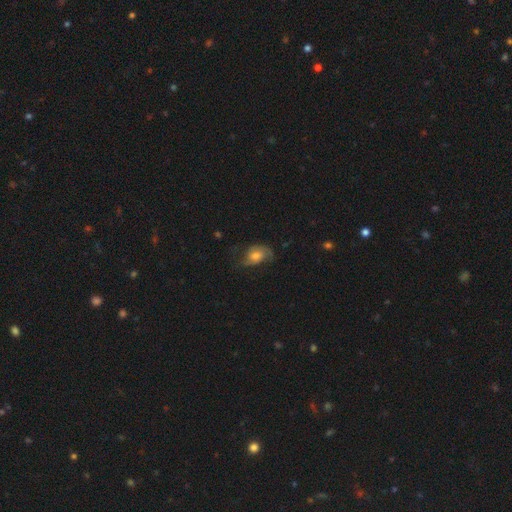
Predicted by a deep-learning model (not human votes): This appears to be a featured or disk galaxy (48%). Merging: none (48%).